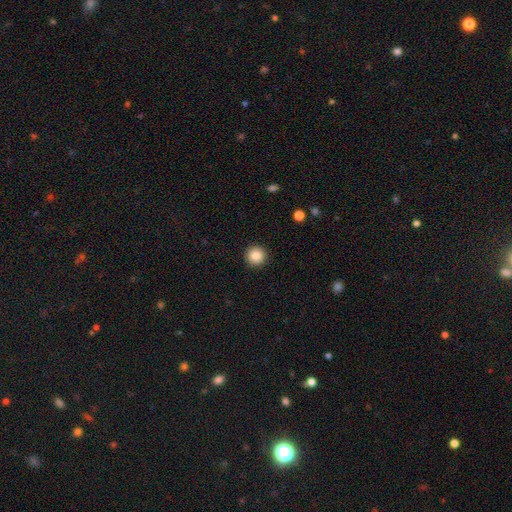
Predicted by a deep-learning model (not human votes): Morphology: type=smooth (86%); roundness=round (96%); merging=none (93%).